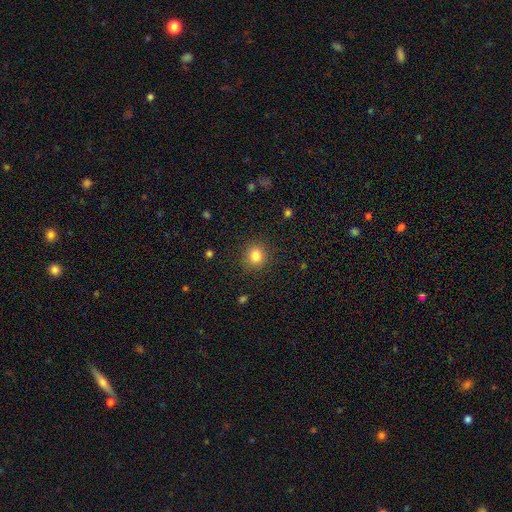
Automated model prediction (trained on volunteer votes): Morphology: type=smooth (82%); roundness=round (87%); merging=none (89%).